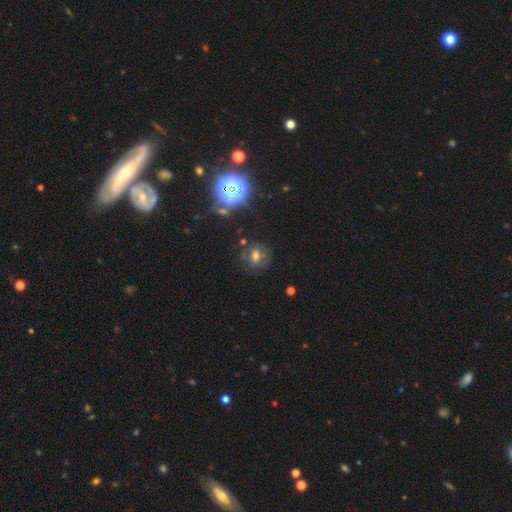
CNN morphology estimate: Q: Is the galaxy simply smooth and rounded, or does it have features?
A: smooth — 49%.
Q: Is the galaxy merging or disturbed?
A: none — 69%.